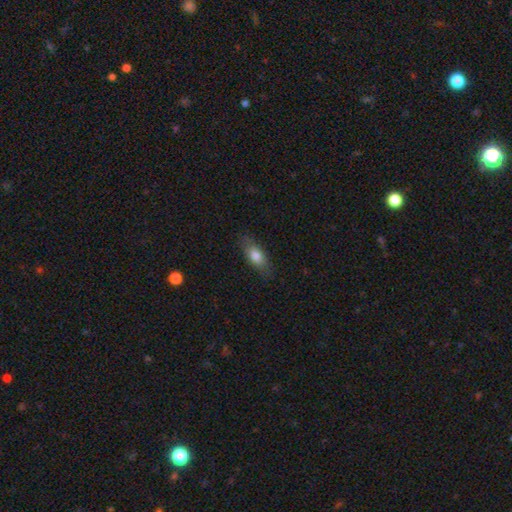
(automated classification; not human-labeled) The model was most divided on "smooth or featured": smooth: 77%, featured or disk: 16%, star or artifact: 7%. More confident: merging — none (79%); how rounded — in between (79%).